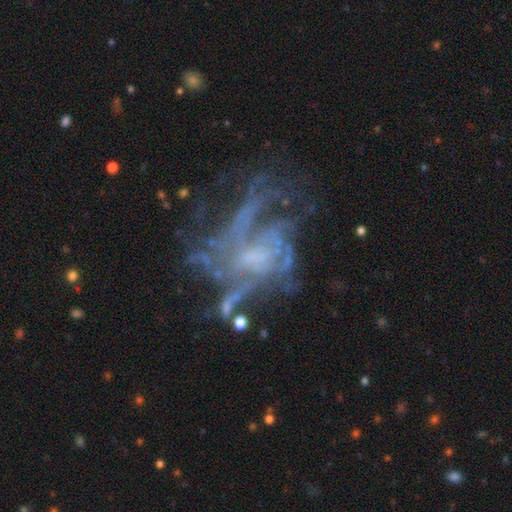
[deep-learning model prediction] This is likely a featured or disk galaxy (77%). It is clearly not viewed edge-on (97%). Bar: likely no (67%). Spiral arm pattern: likely yes (69%). Spiral arm count: possibly can't tell (45%). Spiral winding: marginally medium (39%). Central bulge: marginally none (38%). Merging: marginally major disturbance (39%).